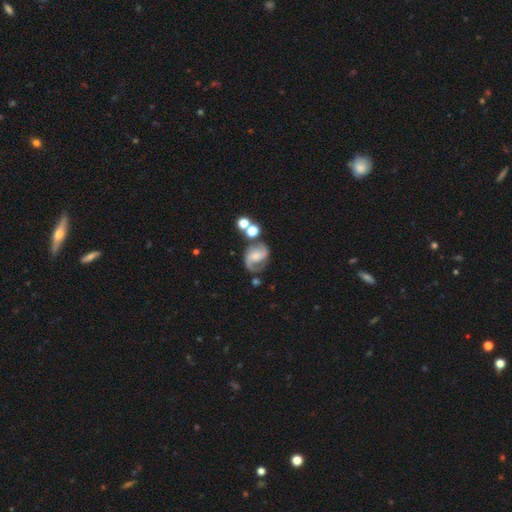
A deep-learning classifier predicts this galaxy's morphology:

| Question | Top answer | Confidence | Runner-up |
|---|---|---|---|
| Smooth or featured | featured or disk | 79% | smooth (13%) |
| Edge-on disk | no | 98% | yes (2%) |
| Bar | no | 52% | weak (36%) |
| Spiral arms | yes | 95% | no (5%) |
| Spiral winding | medium | 51% | loose (29%) |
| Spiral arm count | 2 | 81% | 1 (11%) |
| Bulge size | small | 48% | moderate (28%) |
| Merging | none | 54% | minor disturbance (20%) |